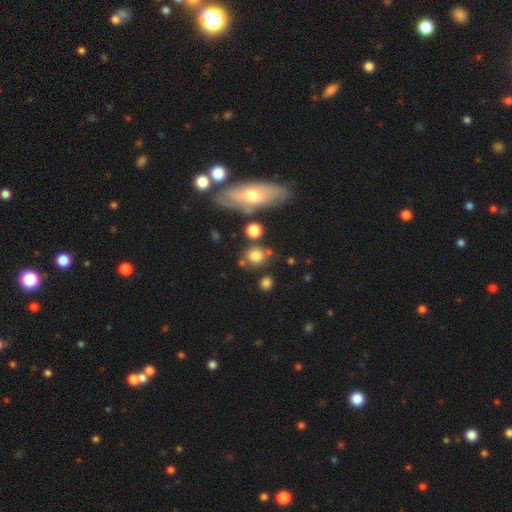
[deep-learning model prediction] smooth-or-featured: smooth: 77% | star or artifact: 12% | featured or disk: 11%
  how-rounded: round: 79% | in between: 19% | cigar-shaped: 2%
  merging: none: 68% | merger: 14% | minor disturbance: 13% | major disturbance: 5%